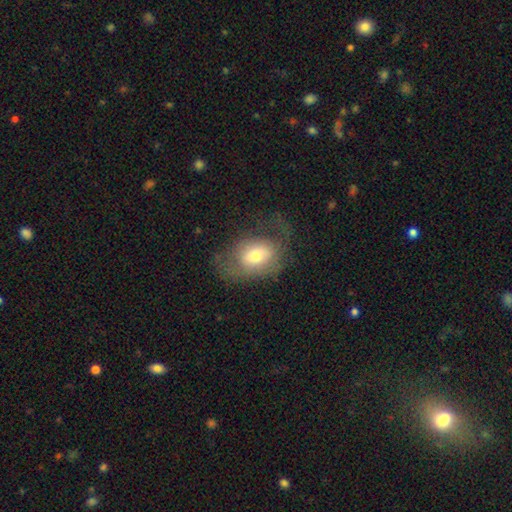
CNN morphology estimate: smooth_or_featured: smooth (p=0.57) [alt: featured or disk p=0.35]
how_rounded: in between (p=0.72) [alt: round p=0.27]
merging: none (p=0.45) [alt: major disturbance p=0.29]